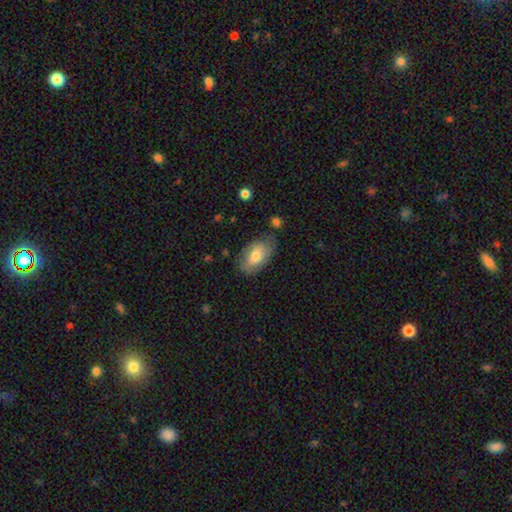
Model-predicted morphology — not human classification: smooth-or-featured: smooth: 71% | featured or disk: 23% | star or artifact: 6%
  how-rounded: in between: 92% | round: 6% | cigar-shaped: 2%
  merging: none: 70% | minor disturbance: 21% | major disturbance: 5% | merger: 3%